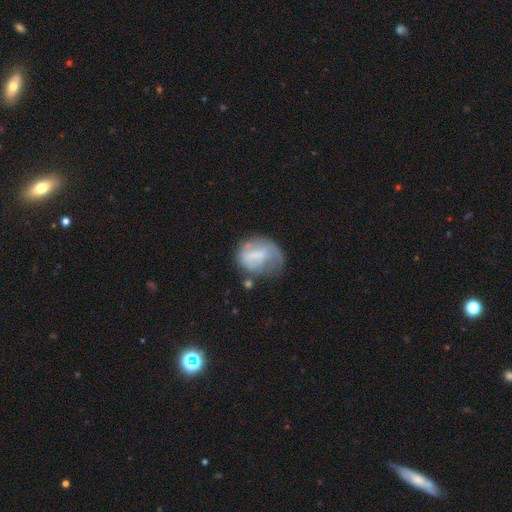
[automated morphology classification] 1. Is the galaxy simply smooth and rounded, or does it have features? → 51% smooth, 40% featured or disk, 9% star or artifact.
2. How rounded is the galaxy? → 51% round, 47% in between, 1% cigar-shaped.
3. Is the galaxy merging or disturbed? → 34% major disturbance, 31% none, 30% minor disturbance, 6% merger.